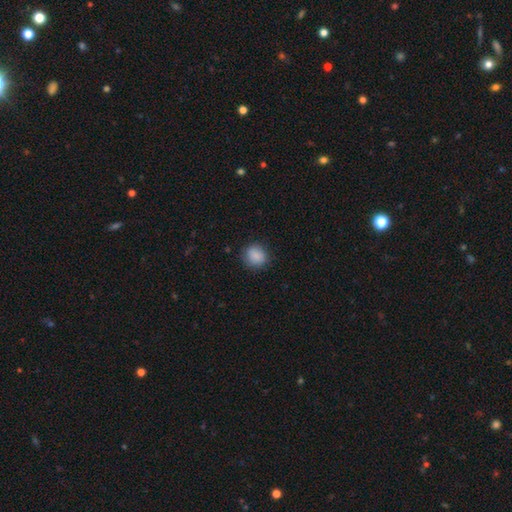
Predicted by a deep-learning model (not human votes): Q: Smooth or featured?
A: smooth (88%); runner-up: star or artifact (8%)
Q: How rounded?
A: round (73%); runner-up: in between (26%)
Q: Merging?
A: none (82%); runner-up: minor disturbance (13%)